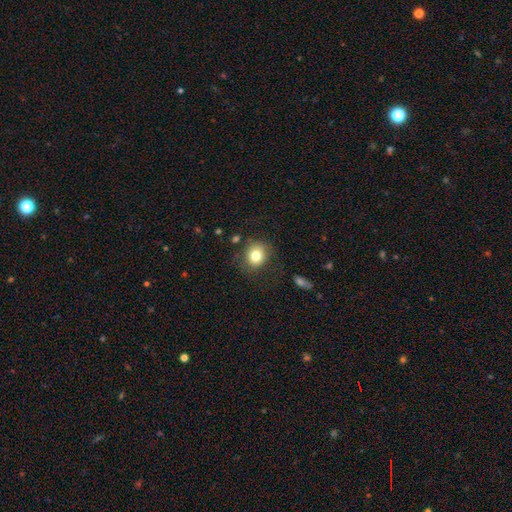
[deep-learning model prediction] smooth-or-featured: smooth: 80% | star or artifact: 10% | featured or disk: 10%
  how-rounded: round: 75% | in between: 24% | cigar-shaped: 1%
  merging: none: 78% | minor disturbance: 14% | major disturbance: 6% | merger: 2%